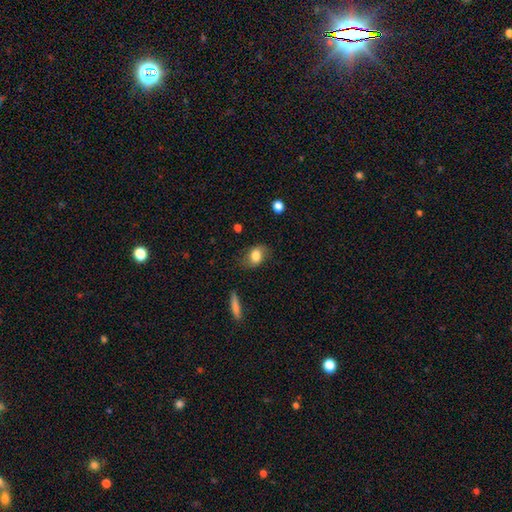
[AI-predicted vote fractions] Smooth or featured: smooth — 78% (featured or disk — 14%)
How rounded: in between — 73% (round — 26%)
Merging: none — 71% (minor disturbance — 20%)